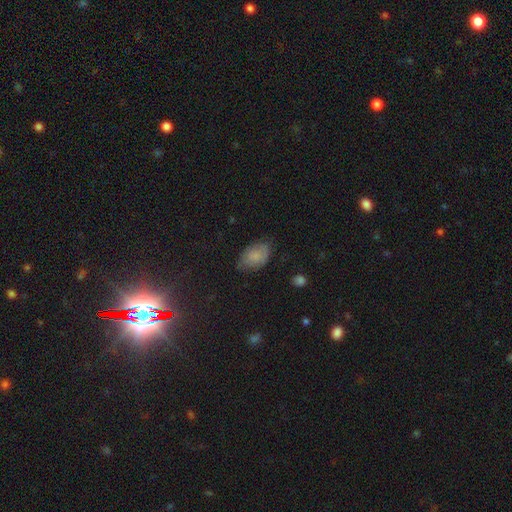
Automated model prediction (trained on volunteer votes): Smooth or featured: smooth — 77% (featured or disk — 13%)
How rounded: in between — 90% (round — 8%)
Merging: none — 68% (minor disturbance — 25%)